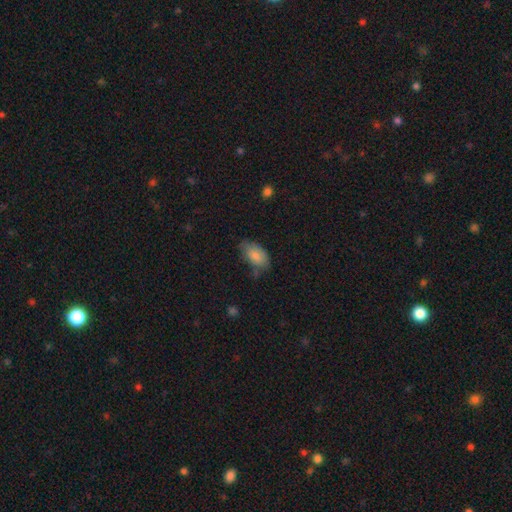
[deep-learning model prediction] This appears to be a smooth galaxy with no disk features (82%) that is in between round and cigar-shaped (93%). Merging: none (57%).